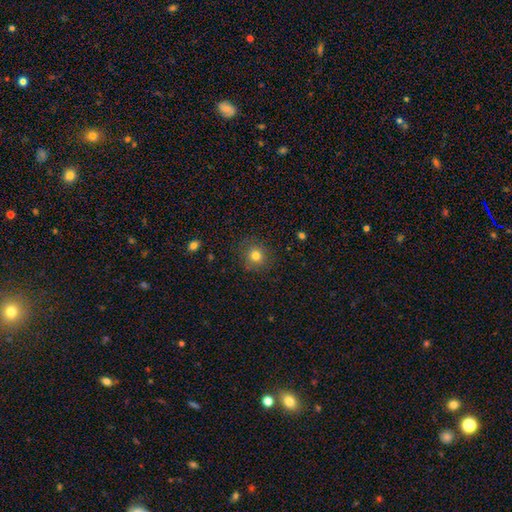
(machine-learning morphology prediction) Q: Smooth or featured?
A: smooth (80%); runner-up: star or artifact (13%)
Q: How rounded?
A: round (88%); runner-up: in between (11%)
Q: Merging?
A: none (85%); runner-up: minor disturbance (11%)